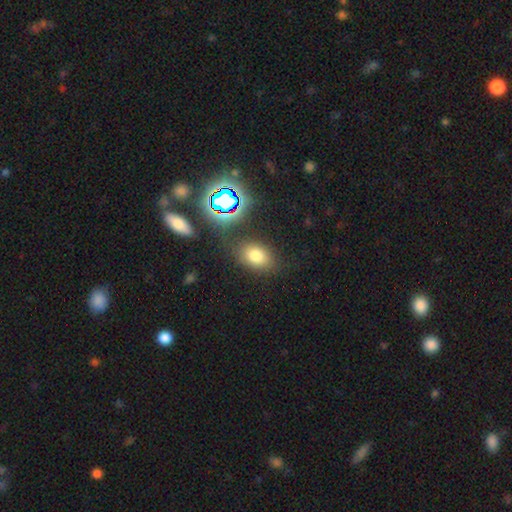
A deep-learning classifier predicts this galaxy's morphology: Smooth or featured? Predicted: smooth (p=0.70). How rounded? Predicted: in between (p=0.75). Merging? Predicted: none (p=0.78).